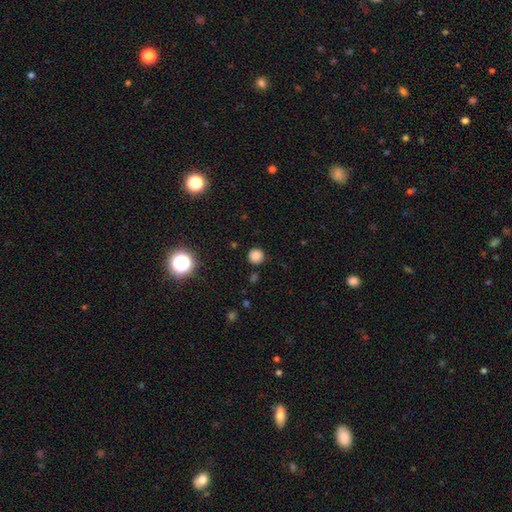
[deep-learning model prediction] Smooth or featured? smooth (82%)
How rounded? round (94%)
Merging? none (89%)